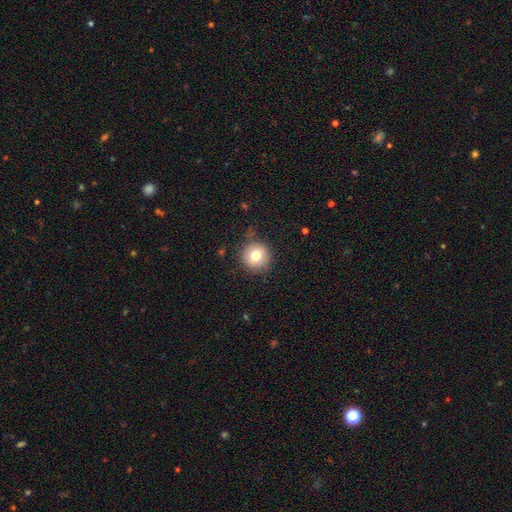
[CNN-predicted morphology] smooth_or_featured: smooth (p=0.76) [alt: featured or disk p=0.13]
how_rounded: round (p=0.93) [alt: in between p=0.06]
merging: none (p=0.84) [alt: minor disturbance p=0.11]